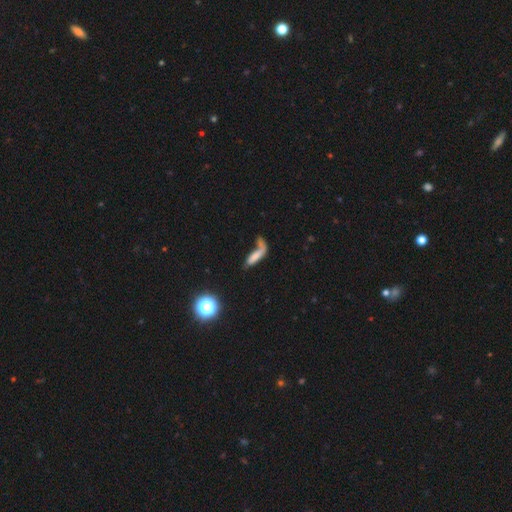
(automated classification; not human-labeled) This appears to be a smooth galaxy with no disk features (59%) that is cigar-shaped (57%). Merging: none (30%).